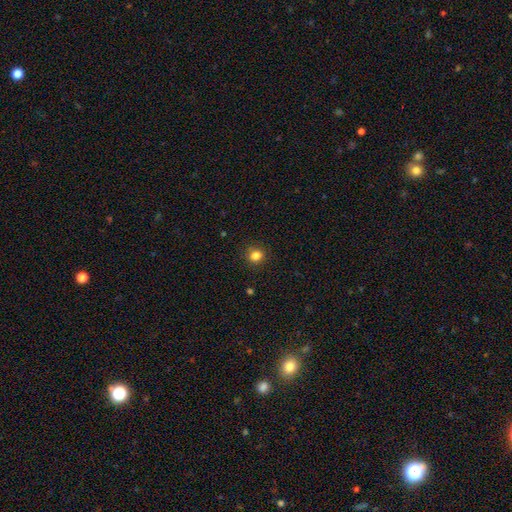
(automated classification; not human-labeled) The model was most divided on "how rounded": round: 82%, in between: 17%, cigar-shaped: 1%. More confident: merging — none (89%); smooth or featured — smooth (83%).